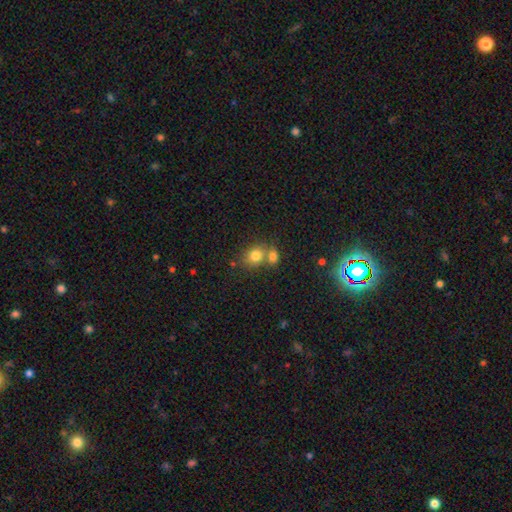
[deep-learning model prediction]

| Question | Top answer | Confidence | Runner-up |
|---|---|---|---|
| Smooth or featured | smooth | 80% | star or artifact (11%) |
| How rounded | round | 62% | in between (37%) |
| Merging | none | 45% | merger (43%) |